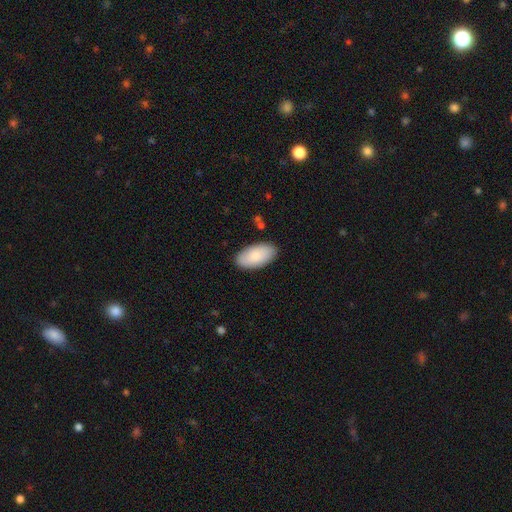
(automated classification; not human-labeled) smooth 85%, featured or disk 9%, star or artifact 5%. Down the decision tree: how rounded — in between (96%); merging — none (87%).